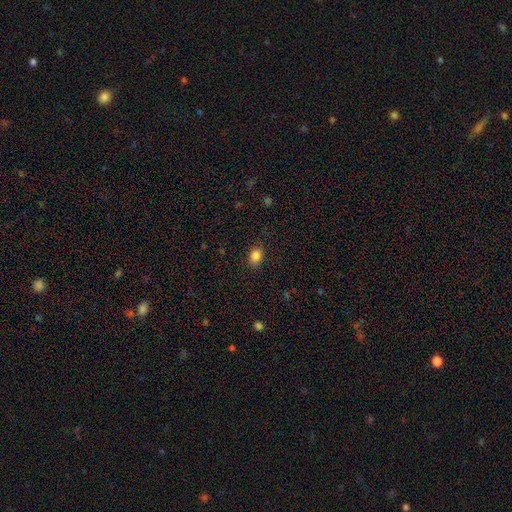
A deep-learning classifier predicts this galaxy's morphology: Smooth or featured? smooth (85%)
How rounded? in between (72%)
Merging? none (85%)